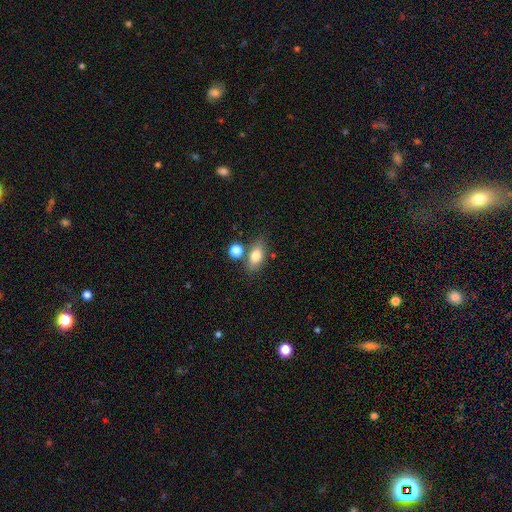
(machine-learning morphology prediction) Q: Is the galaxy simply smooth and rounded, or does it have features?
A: smooth — 75%.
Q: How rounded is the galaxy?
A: in between — 78%.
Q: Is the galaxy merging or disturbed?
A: none — 69%.